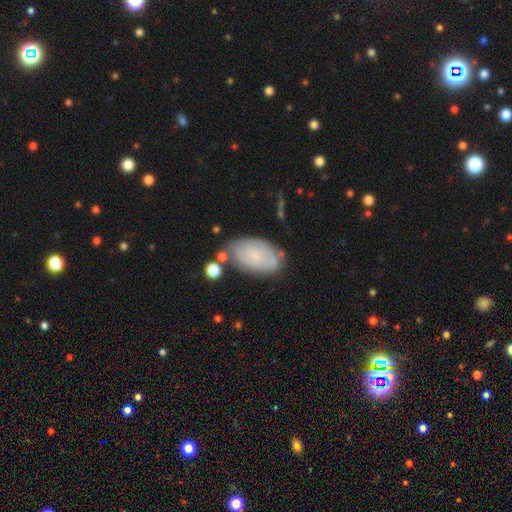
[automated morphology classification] This appears to be a smooth galaxy with no disk features (53%) that is in between round and cigar-shaped (92%). Merging: none (63%).